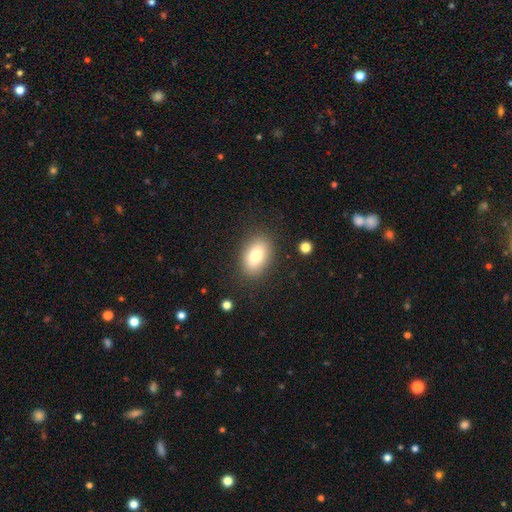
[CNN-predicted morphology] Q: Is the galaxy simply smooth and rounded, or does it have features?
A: smooth — 79%.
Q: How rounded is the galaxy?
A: in between — 88%.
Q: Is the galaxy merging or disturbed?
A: none — 85%.